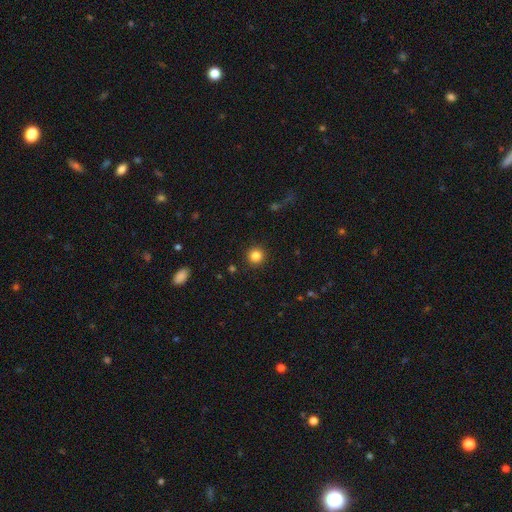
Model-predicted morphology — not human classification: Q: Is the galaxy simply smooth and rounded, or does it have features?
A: smooth — 84%.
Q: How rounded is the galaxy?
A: round — 95%.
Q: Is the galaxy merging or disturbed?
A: none — 92%.